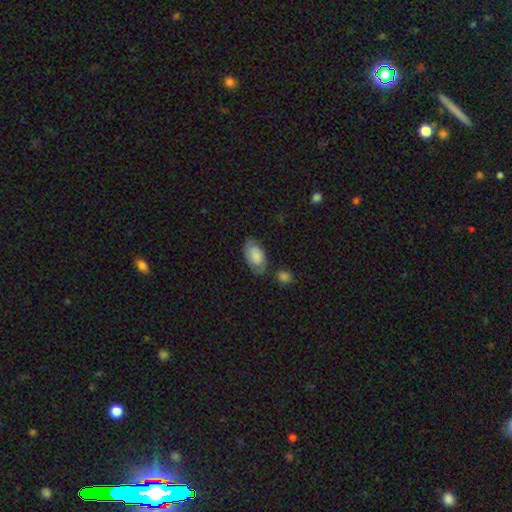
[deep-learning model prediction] Overall: smooth (66%; featured or disk 26%). How rounded: in between (93%). Merging: none (66%).